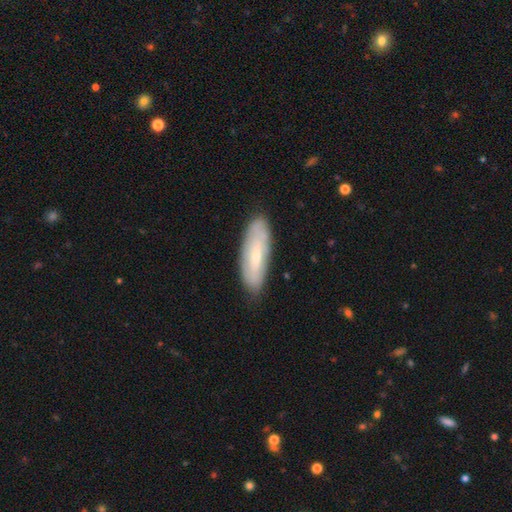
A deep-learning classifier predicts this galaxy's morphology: The model was most divided on "smooth or featured": smooth: 50%, featured or disk: 44%, star or artifact: 7%. More confident: merging — none (81%).